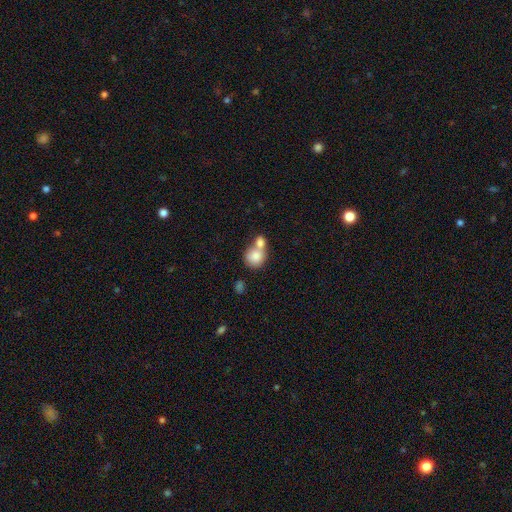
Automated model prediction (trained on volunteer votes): Smooth or featured: smooth — 81% (featured or disk — 12%)
How rounded: round — 80% (in between — 19%)
Merging: merger — 57% (none — 33%)